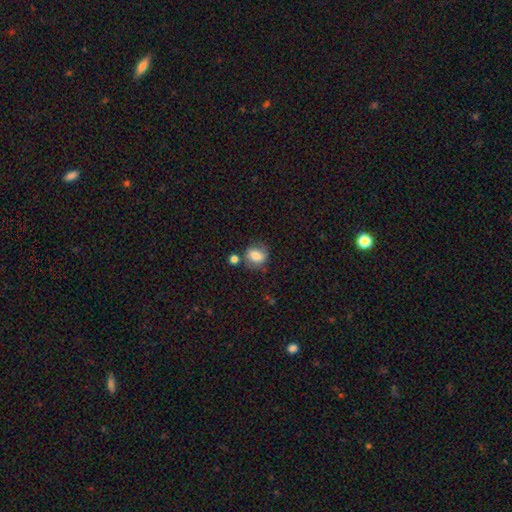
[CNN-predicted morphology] Overall: smooth (73%). How rounded: round (61%; in between 37%). Merging: none (63%).